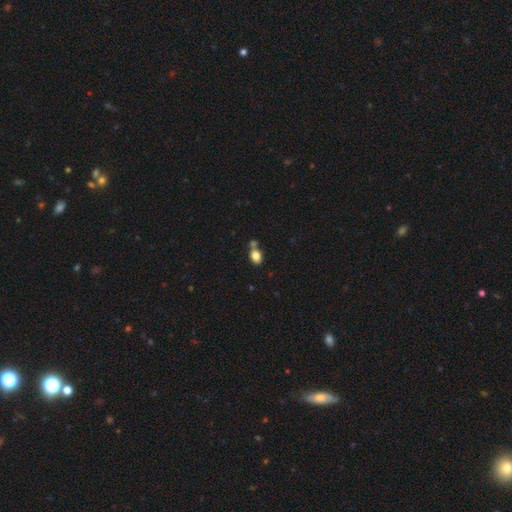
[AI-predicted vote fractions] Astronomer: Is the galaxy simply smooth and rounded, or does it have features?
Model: smooth — 82%.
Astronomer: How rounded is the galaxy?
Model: in between — 71%.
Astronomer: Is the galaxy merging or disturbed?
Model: none — 56%.